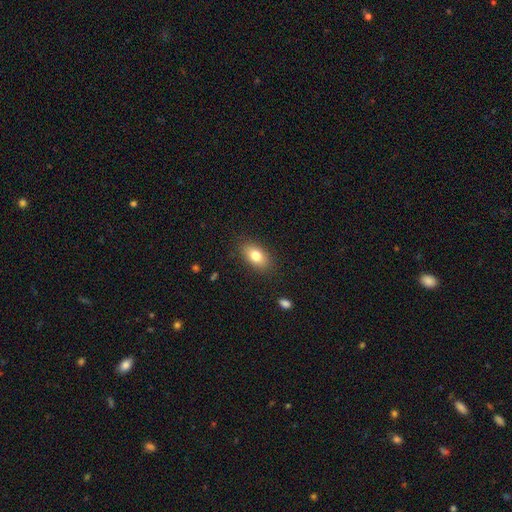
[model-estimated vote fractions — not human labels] smooth 79%, featured or disk 13%, star or artifact 8%. Down the decision tree: how rounded — in between (88%); merging — none (85%).